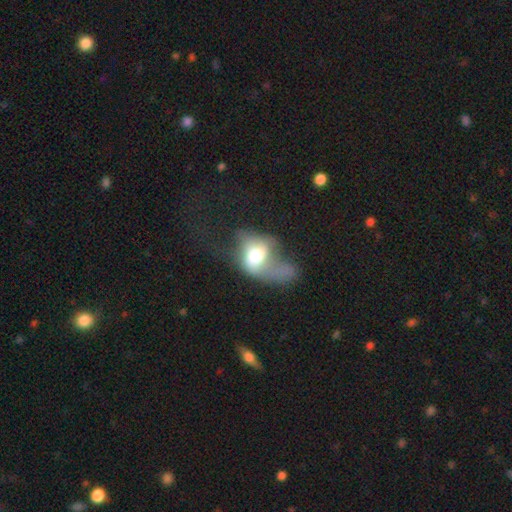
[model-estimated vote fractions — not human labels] Overall: smooth (53%; featured or disk 38%). How rounded: in between (70%). Merging: major disturbance (60%).